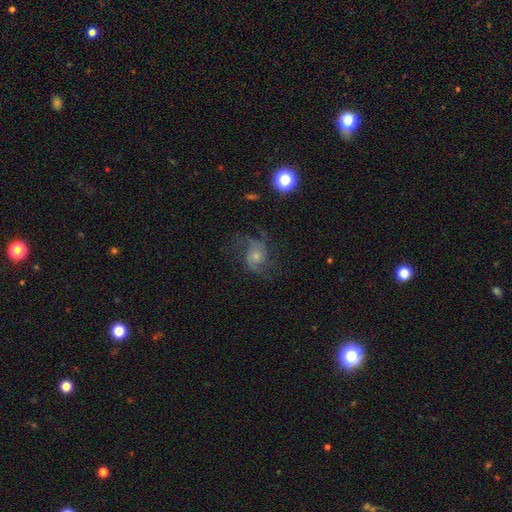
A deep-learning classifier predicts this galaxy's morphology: This appears to be a featured or disk galaxy (71%) with no bar (73%), 2 (61%) medium (46%) spiral arms (91%) and a small central bulge (48%). Merging: none (57%).